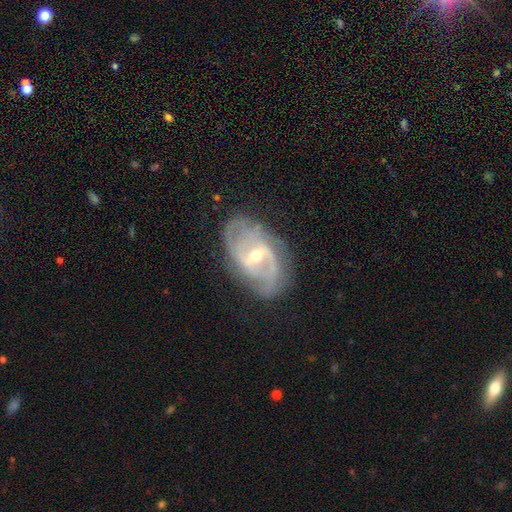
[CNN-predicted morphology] Smooth or featured: featured or disk — 86% (smooth — 8%)
Edge-on disk: no — 95% (yes — 5%)
Bar: weak — 51% (strong — 27%)
Spiral arms: yes — 94% (no — 6%)
Spiral winding: medium — 45% (tight — 37%)
Spiral arm count: 2 — 59% (can't tell — 18%)
Bulge size: moderate — 49% (small — 48%)
Merging: none — 73% (minor disturbance — 18%)